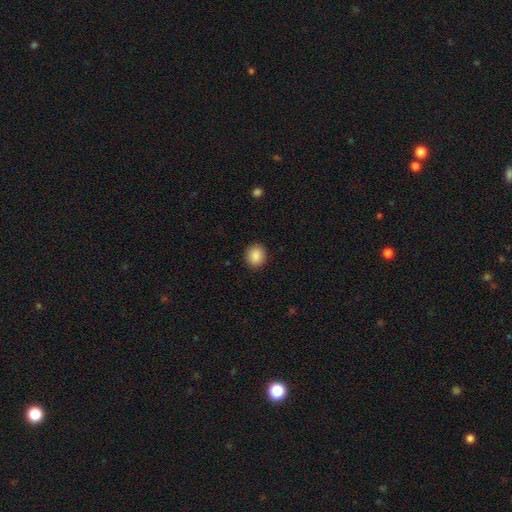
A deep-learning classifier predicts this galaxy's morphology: The model was most divided on "how rounded": round: 72%, in between: 27%, cigar-shaped: 1%. More confident: merging — none (90%); smooth or featured — smooth (89%).